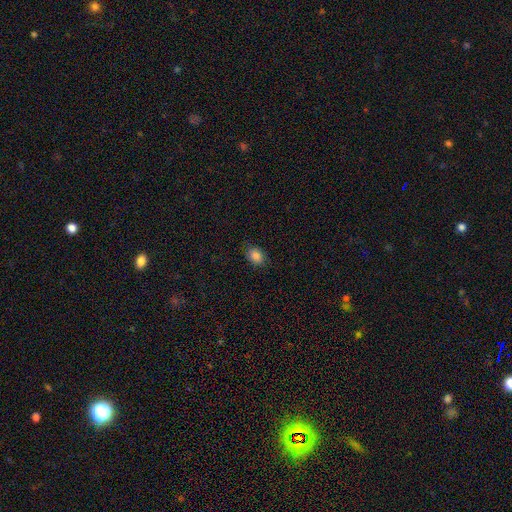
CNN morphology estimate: The model was most divided on "how rounded": in between: 62%, round: 37%, cigar-shaped: 1%. More confident: smooth or featured — smooth (85%); merging — none (83%).